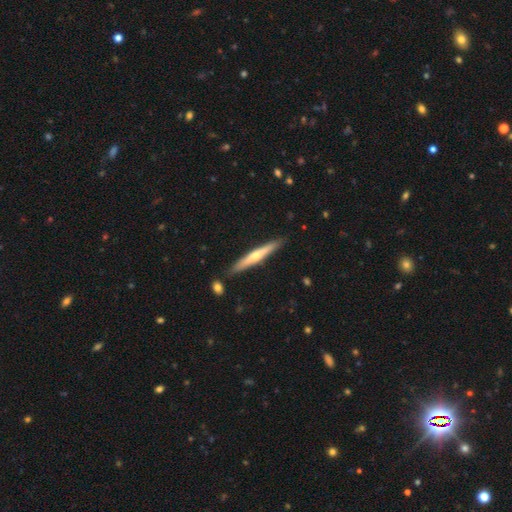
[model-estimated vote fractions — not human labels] Q: Smooth or featured?
A: featured or disk (59%); runner-up: smooth (36%)
Q: Edge-on disk?
A: yes (96%); runner-up: no (4%)
Q: Edge-on bulge?
A: rounded (81%); runner-up: none (16%)
Q: Merging?
A: none (88%); runner-up: minor disturbance (8%)